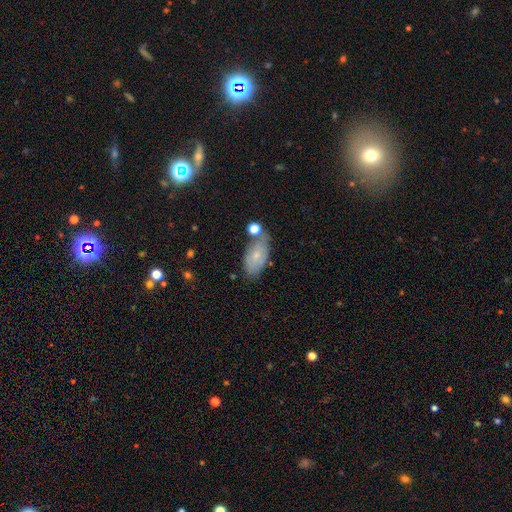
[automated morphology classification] This appears to be a smooth galaxy with no disk features (66%) that is in between round and cigar-shaped (91%). Merging: none (63%).